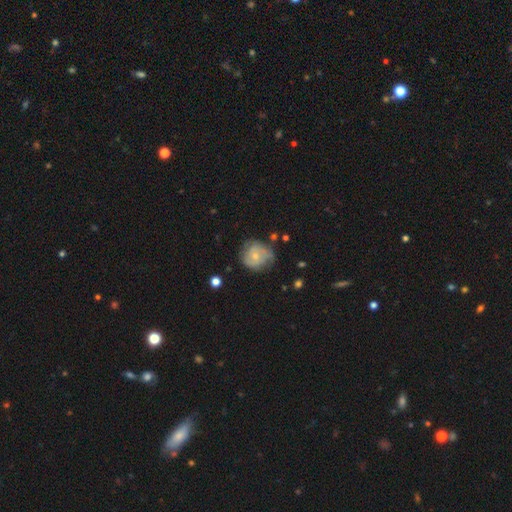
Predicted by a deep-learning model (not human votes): smooth-or-featured: featured or disk: 54% | smooth: 38% | star or artifact: 8%
  disk-edge-on: no: 97% | yes: 3%
    bar: no: 76% | weak: 21% | strong: 3%
    has-spiral-arms: yes: 75% | no: 25%
    bulge-size: small: 63% | moderate: 32% | none: 2% | large: 1% | dominant: 1%
  merging: none: 58% | minor disturbance: 28% | major disturbance: 11% | merger: 2%